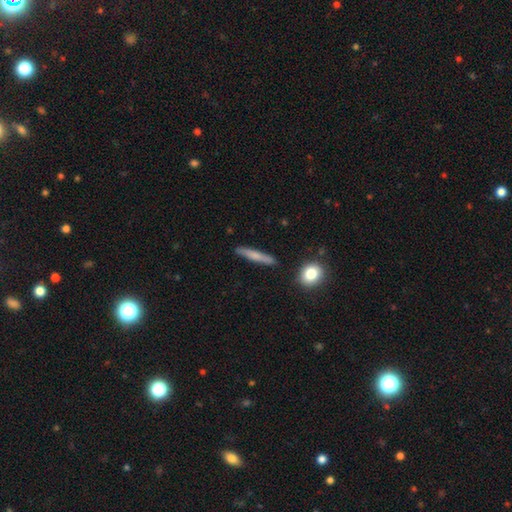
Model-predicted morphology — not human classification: smooth_or_featured: smooth (p=0.67) [alt: featured or disk p=0.26]
how_rounded: cigar-shaped (p=0.91) [alt: in between p=0.06]
merging: none (p=0.87) [alt: minor disturbance p=0.09]